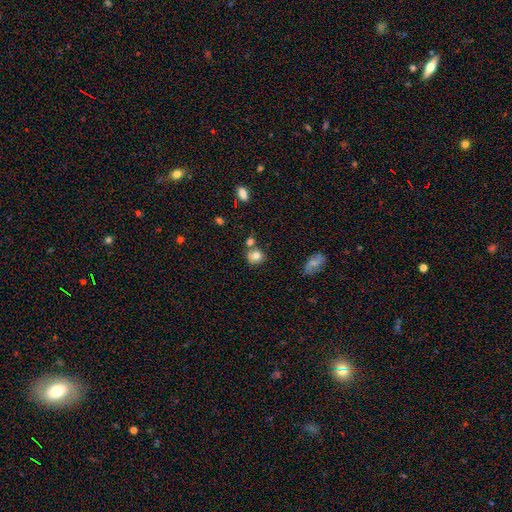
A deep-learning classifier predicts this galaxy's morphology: Smooth or featured: smooth — 78% (featured or disk — 12%)
How rounded: round — 78% (in between — 21%)
Merging: none — 60% (merger — 22%)